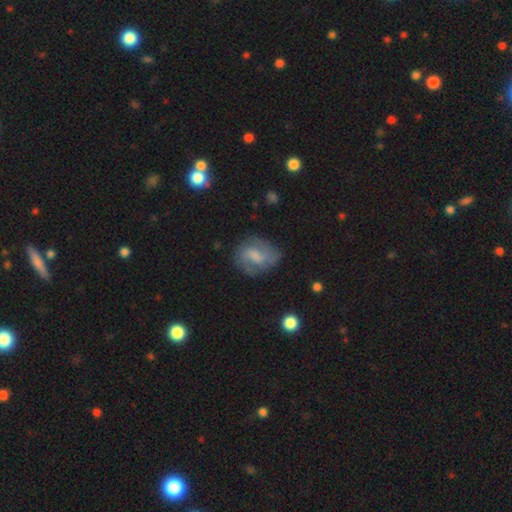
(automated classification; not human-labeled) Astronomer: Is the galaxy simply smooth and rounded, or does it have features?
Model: featured or disk — 58% (runner-up: smooth, 34%).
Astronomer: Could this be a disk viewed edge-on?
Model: no — 97%.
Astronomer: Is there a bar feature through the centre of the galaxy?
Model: weak — 53%.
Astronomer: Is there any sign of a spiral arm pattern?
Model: yes — 82%.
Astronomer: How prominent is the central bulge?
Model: moderate — 33% (runner-up: none, 28%).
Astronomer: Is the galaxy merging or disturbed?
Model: none — 65%.